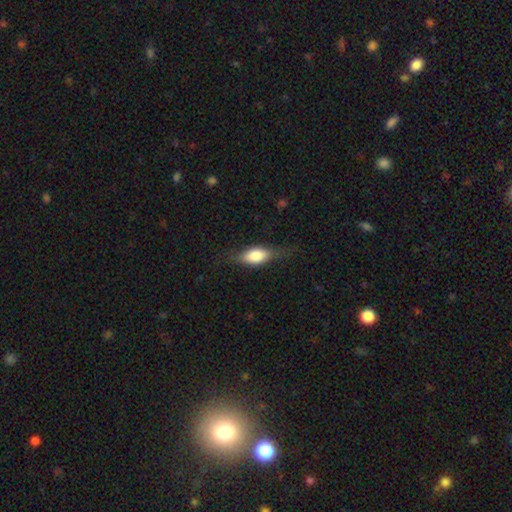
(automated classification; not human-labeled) smooth 62%, featured or disk 31%, star or artifact 7%. Down the decision tree: how rounded — in between (74%); merging — none (67%).